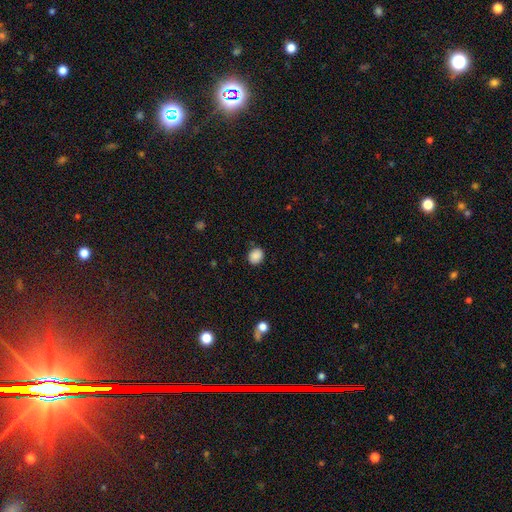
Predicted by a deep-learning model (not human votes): Smooth or featured?
  - smooth: 88% *
  - star or artifact: 9%
  - featured or disk: 3%
How rounded?
  - round: 65% *
  - in between: 34%
  - cigar-shaped: 1%
Merging?
  - none: 83% *
  - minor disturbance: 13%
  - major disturbance: 3%
  - merger: 2%